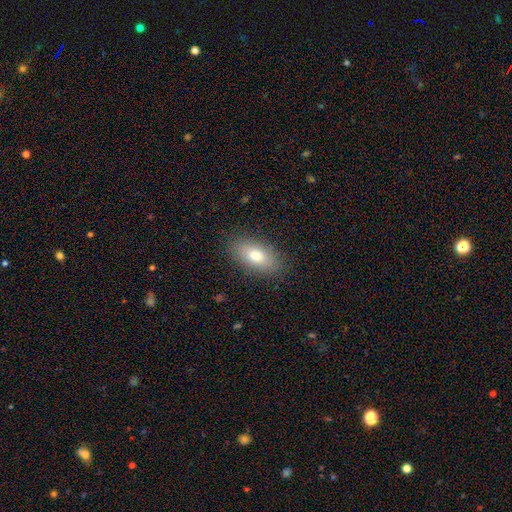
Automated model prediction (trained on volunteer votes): Morphology: type=smooth (77%); roundness=in between (88%); merging=none (85%).